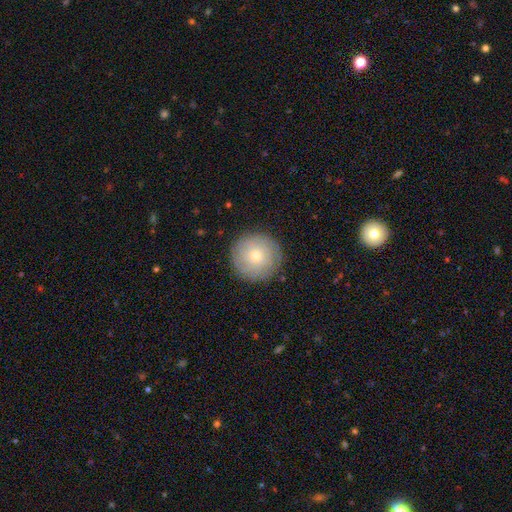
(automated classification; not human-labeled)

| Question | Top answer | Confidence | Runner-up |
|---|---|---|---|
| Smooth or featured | smooth | 50% | featured or disk (41%) |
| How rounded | round | 95% | in between (4%) |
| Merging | none | 88% | minor disturbance (8%) |